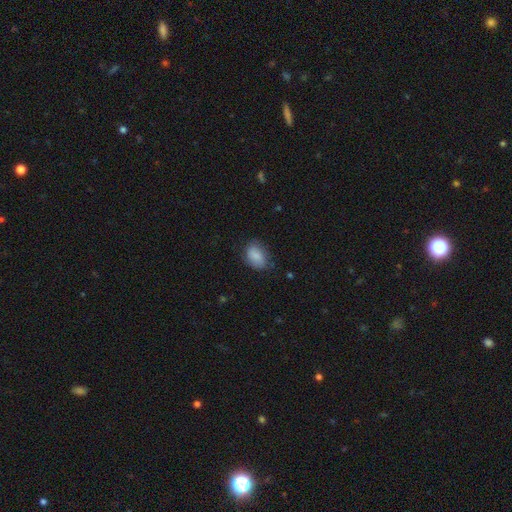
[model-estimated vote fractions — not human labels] Overall: smooth (82%). How rounded: in between (80%). Merging: none (68%).